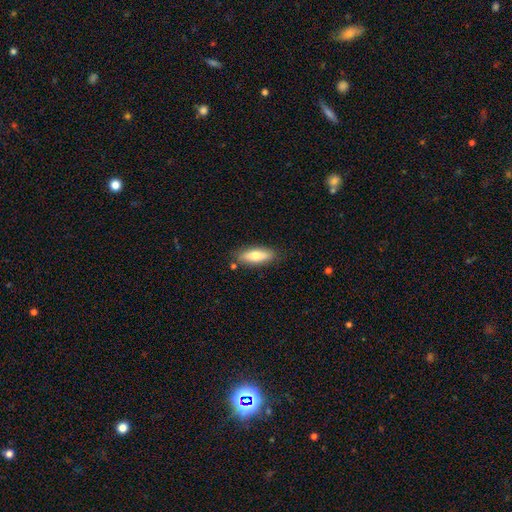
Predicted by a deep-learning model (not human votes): Overall: smooth (69%). How rounded: in between (62%; cigar-shaped 35%). Merging: none (82%).